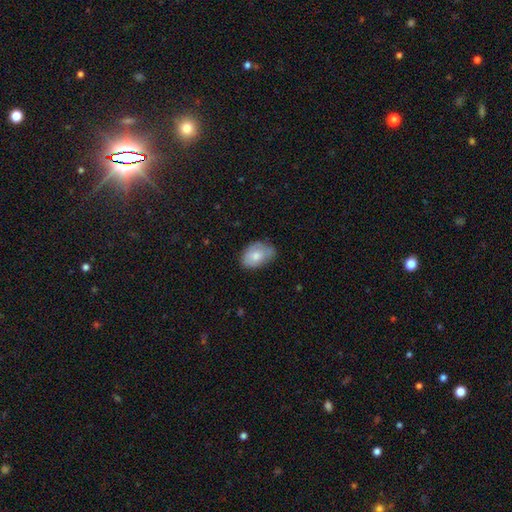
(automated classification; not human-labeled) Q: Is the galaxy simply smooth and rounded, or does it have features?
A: smooth — 73%.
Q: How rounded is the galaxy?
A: in between — 86%.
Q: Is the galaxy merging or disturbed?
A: none — 60%.